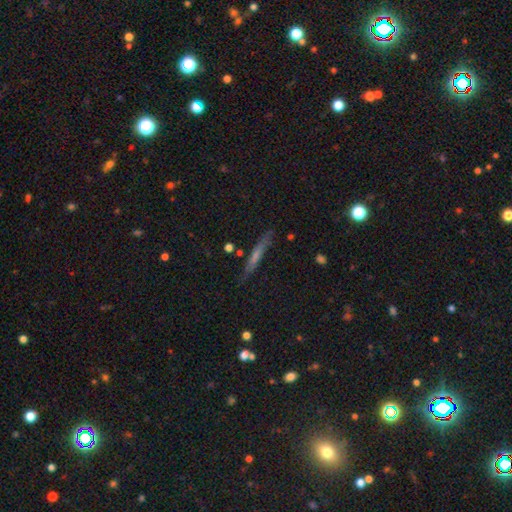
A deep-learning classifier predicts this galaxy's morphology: Smooth or featured? Predicted: featured or disk (p=0.48). Merging? Predicted: none (p=0.83).